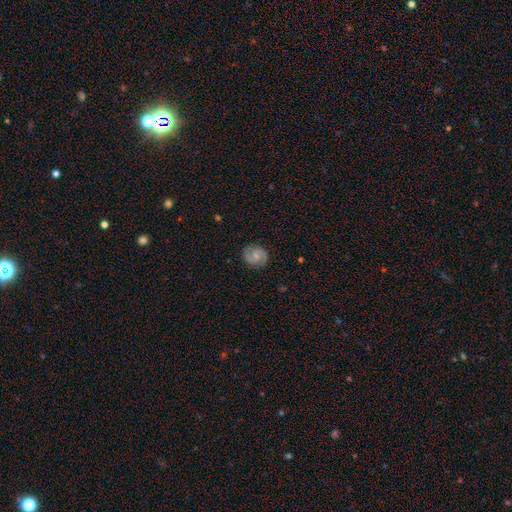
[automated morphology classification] The model was most divided on "bar": no: 48%, weak: 44%, strong: 8%. Remaining: edge-on disk — no (98%); spiral arms — yes (94%); spiral arm count — 2 (90%); merging — none (85%); smooth or featured — featured or disk (69%); bulge size — small (51%); spiral winding — medium (47%).